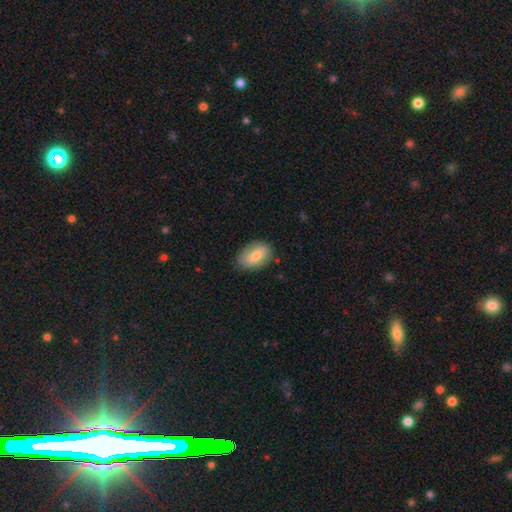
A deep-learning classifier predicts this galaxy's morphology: type=smooth (74%); roundness=in between (86%); merging=none (78%).